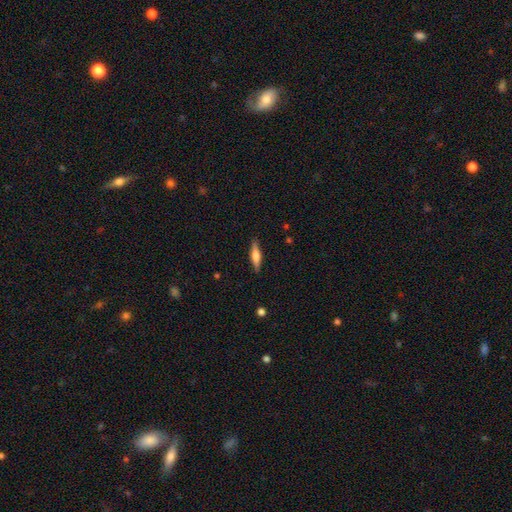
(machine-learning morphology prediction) Smooth or featured: smooth — 51% (featured or disk — 43%)
How rounded: cigar-shaped — 77% (in between — 21%)
Merging: none — 88% (minor disturbance — 9%)